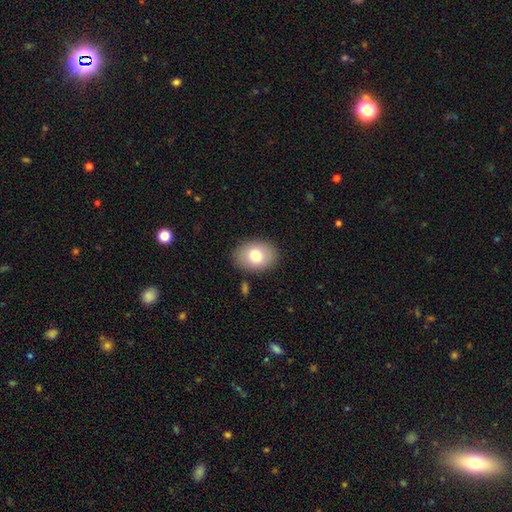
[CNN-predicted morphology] A smooth galaxy with no disk features (78%) that is in between round and cigar-shaped (73%). Merging: none (86%).